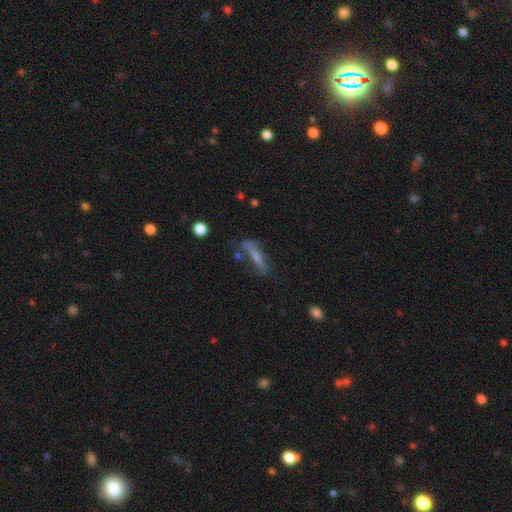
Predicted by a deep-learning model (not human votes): Overall: smooth (54%; featured or disk 34%). How rounded: cigar-shaped (72%). Merging: none (52%; minor disturbance 23%).